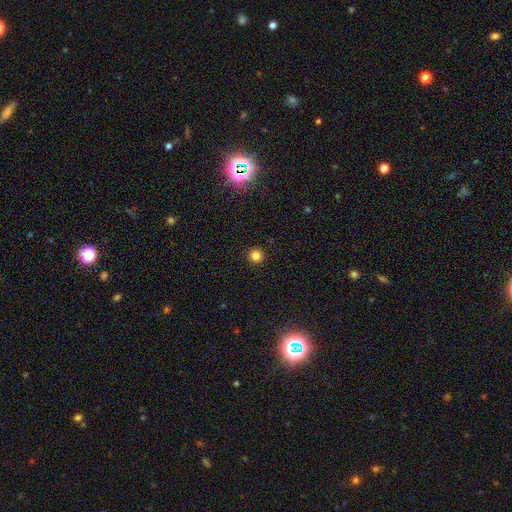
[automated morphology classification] Q: Smooth or featured?
A: smooth (82%); runner-up: star or artifact (14%)
Q: How rounded?
A: round (96%); runner-up: in between (3%)
Q: Merging?
A: none (93%); runner-up: minor disturbance (5%)